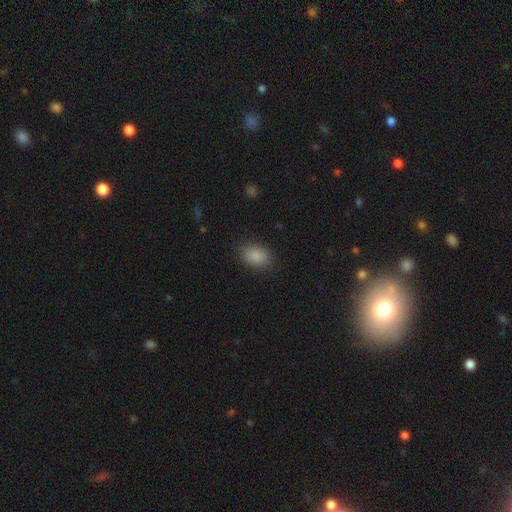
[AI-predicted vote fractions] This is clearly a smooth galaxy (87%). How rounded: clearly in between (81%). Merging: clearly none (85%).